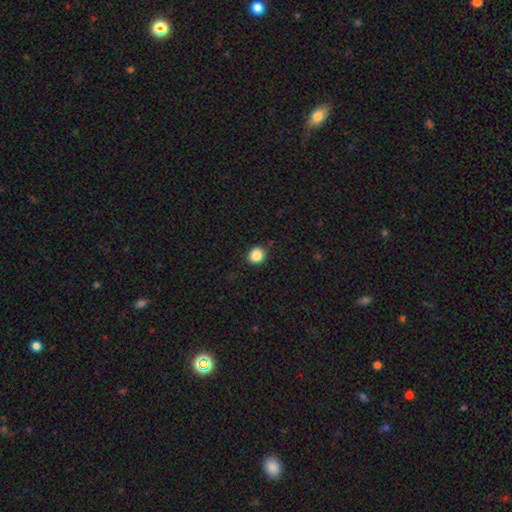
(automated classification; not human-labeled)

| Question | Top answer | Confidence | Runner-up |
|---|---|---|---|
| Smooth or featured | smooth | 86% | star or artifact (10%) |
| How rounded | round | 79% | in between (20%) |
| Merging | none | 88% | minor disturbance (9%) |